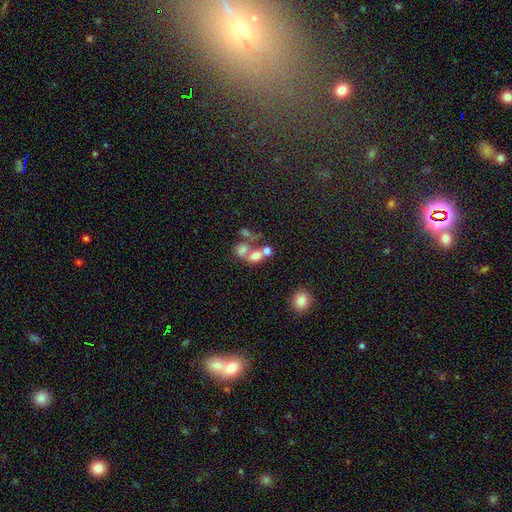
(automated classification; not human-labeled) Smooth or featured? smooth (63%)
How rounded? in between (52%)
Merging? merger (57%)